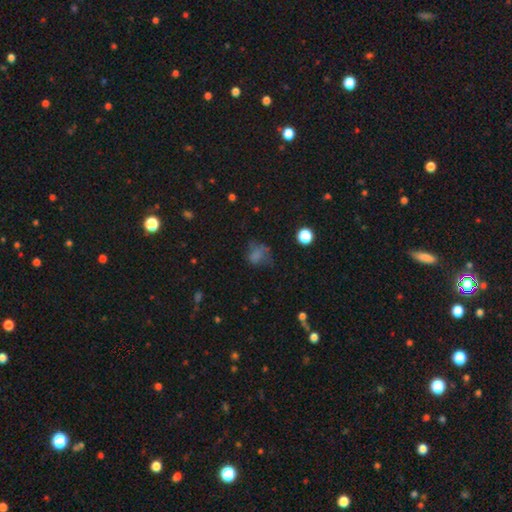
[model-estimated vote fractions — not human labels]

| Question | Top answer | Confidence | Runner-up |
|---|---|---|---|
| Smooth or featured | smooth | 52% | star or artifact (28%) |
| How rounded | round | 52% | in between (46%) |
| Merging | none | 44% | major disturbance (28%) |